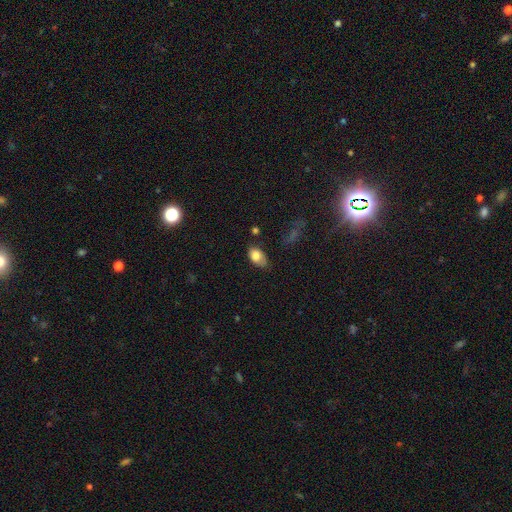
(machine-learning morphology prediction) The model was most divided on "merging": none: 60%, minor disturbance: 30%, major disturbance: 7%, merger: 3%. More confident: how rounded — in between (91%); smooth or featured — smooth (76%).